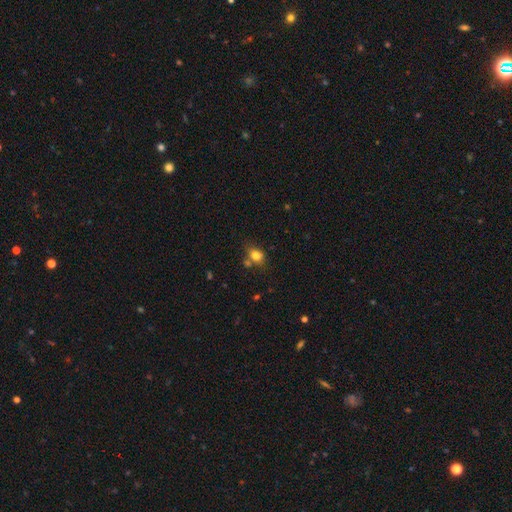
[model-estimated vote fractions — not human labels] smooth-or-featured: smooth: 79% | star or artifact: 11% | featured or disk: 9%
  how-rounded: in between: 57% | round: 41% | cigar-shaped: 1%
  merging: none: 60% | minor disturbance: 18% | merger: 17% | major disturbance: 5%